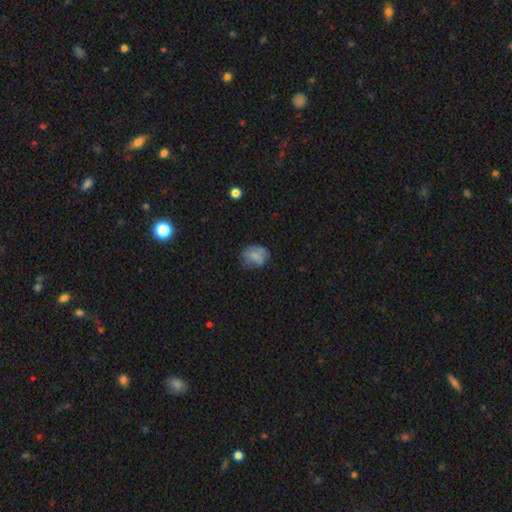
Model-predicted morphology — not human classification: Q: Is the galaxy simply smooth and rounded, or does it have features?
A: smooth — 74%.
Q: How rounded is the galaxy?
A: round — 58%.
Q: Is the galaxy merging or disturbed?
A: none — 67%.